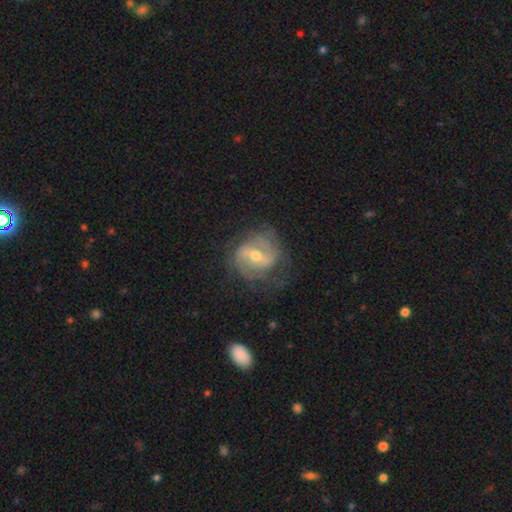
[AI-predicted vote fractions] featured or disk 79%, smooth 14%, star or artifact 6%. Down the decision tree: edge-on disk — no (97%); bar — weak (47%); spiral arms — yes (87%); spiral arm count — 2 (64%); spiral winding — medium (44%); bulge size — moderate (59%); merging — none (63%).